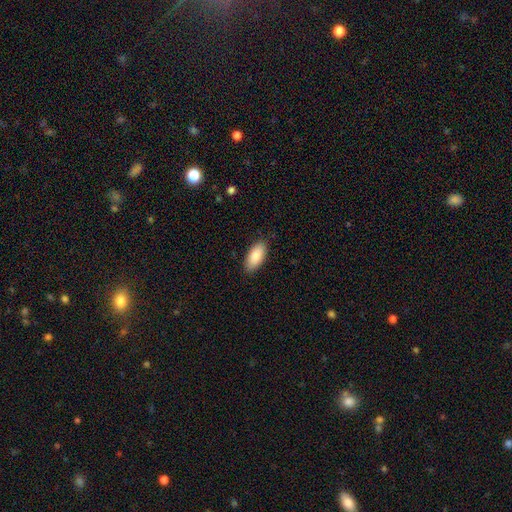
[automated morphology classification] This is clearly a smooth galaxy (87%). How rounded: clearly in between (91%). Merging: clearly none (87%).